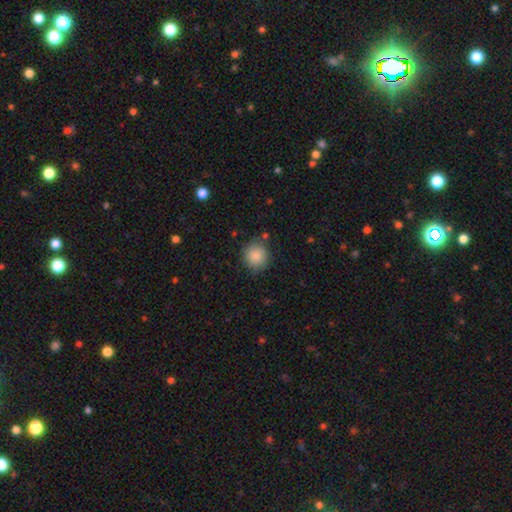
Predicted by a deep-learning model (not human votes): This appears to be a smooth galaxy with no disk features (88%) that is round (90%). Merging: none (82%).